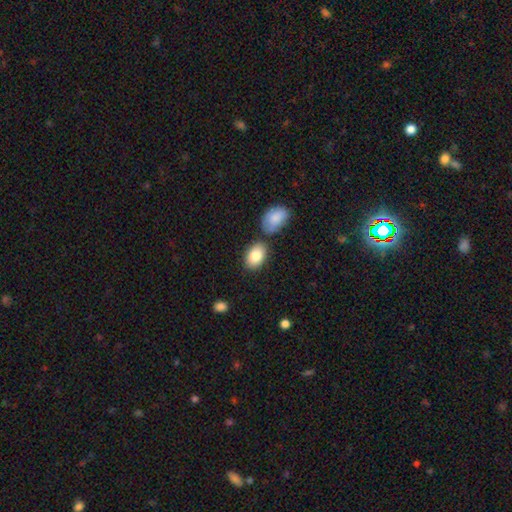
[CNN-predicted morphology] smooth_or_featured: smooth (p=0.84) [alt: featured or disk p=0.10]
how_rounded: in between (p=0.88) [alt: round p=0.11]
merging: none (p=0.70) [alt: merger p=0.13]